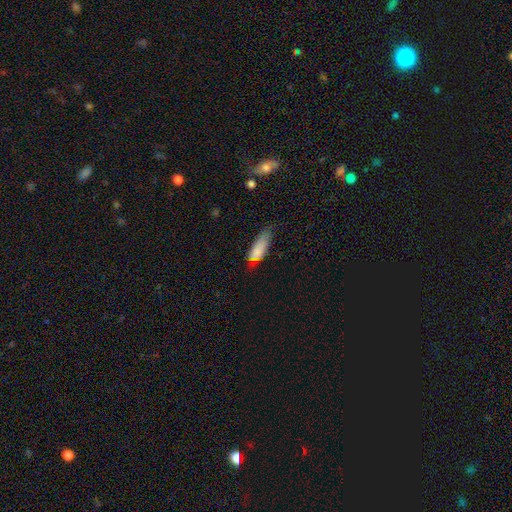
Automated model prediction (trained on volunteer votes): This appears to be a smooth galaxy with no disk features (76%) that is in between round and cigar-shaped (50%). Merging: none (44%).